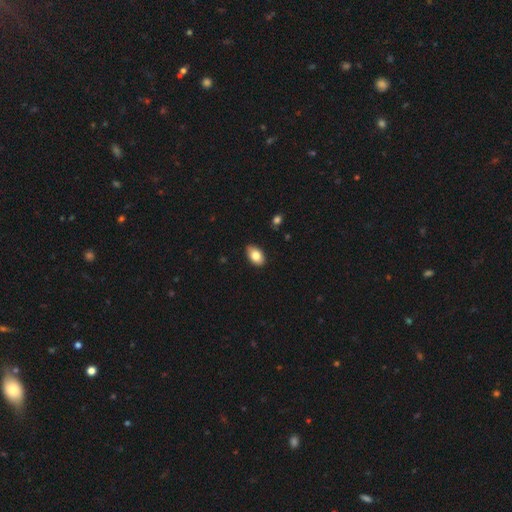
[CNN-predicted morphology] smooth-or-featured: smooth: 82% | featured or disk: 11% | star or artifact: 7%
  how-rounded: in between: 92% | round: 6% | cigar-shaped: 2%
  merging: none: 87% | minor disturbance: 10% | major disturbance: 2% | merger: 1%